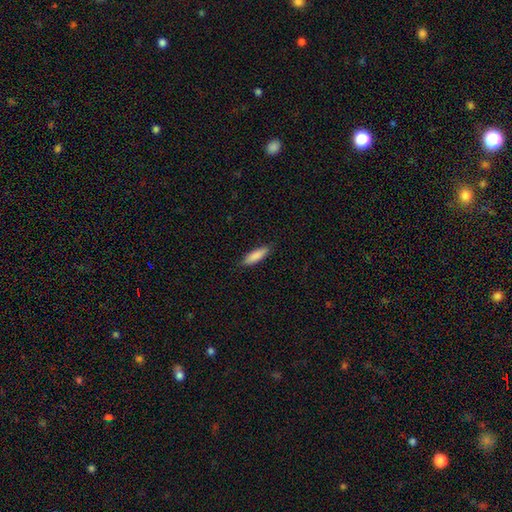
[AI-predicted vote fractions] A smooth galaxy with no disk features (87%) that is cigar-shaped (56%).

Vote fractions:
- Smooth or featured? smooth: 87% / featured or disk: 7% / star or artifact: 6%
- How rounded? cigar-shaped: 56% / in between: 43% / round: 2%
- Merging? none: 87% / minor disturbance: 10% / major disturbance: 2% / merger: 1%